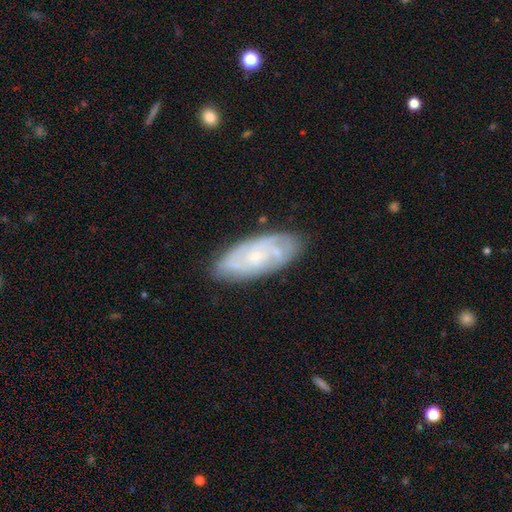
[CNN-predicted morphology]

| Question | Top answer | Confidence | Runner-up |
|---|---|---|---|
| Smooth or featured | featured or disk | 69% | smooth (25%) |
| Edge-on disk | no | 91% | yes (9%) |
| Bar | no | 77% | weak (20%) |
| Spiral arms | yes | 84% | no (16%) |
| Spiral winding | tight | 61% | medium (31%) |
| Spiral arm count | can't tell | 48% | 2 (21%) |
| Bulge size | small | 74% | moderate (21%) |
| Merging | none | 78% | minor disturbance (16%) |